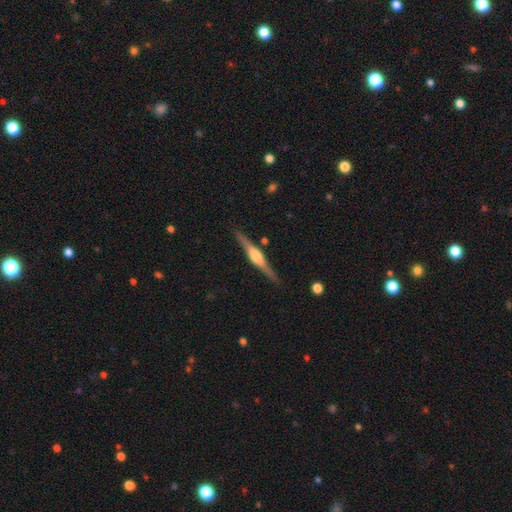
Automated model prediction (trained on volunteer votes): smooth-or-featured: featured or disk: 80% | smooth: 15% | star or artifact: 5%
  disk-edge-on: yes: 98% | no: 2%
    edge-on-bulge: rounded: 83% | boxy: 14% | none: 3%
  merging: none: 89% | minor disturbance: 7% | major disturbance: 2% | merger: 2%